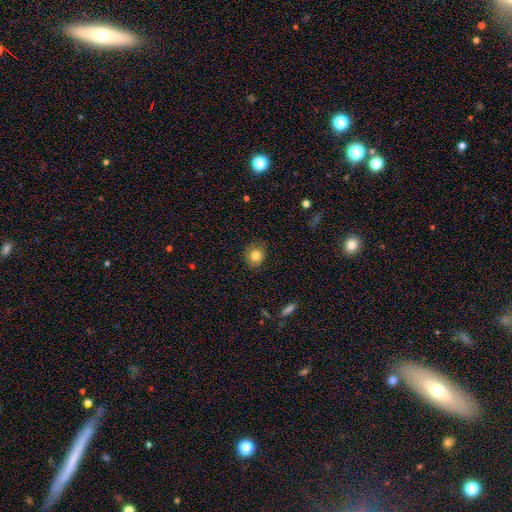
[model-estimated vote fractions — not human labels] Morphology: type=smooth (81%); roundness=round (81%); merging=none (86%).